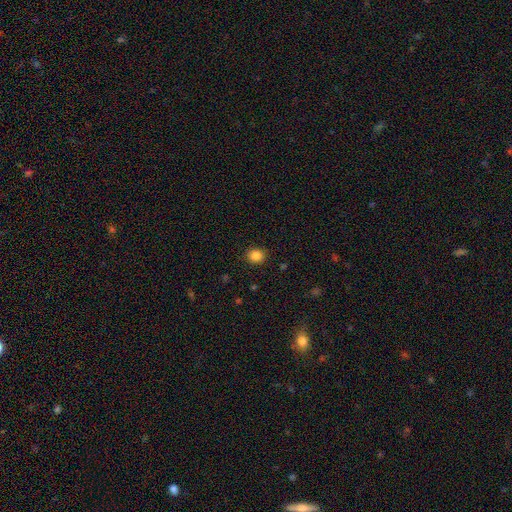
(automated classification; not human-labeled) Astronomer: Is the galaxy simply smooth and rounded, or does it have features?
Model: smooth — 86%.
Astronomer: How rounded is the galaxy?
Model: round — 74%.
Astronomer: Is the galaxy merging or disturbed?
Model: none — 89%.